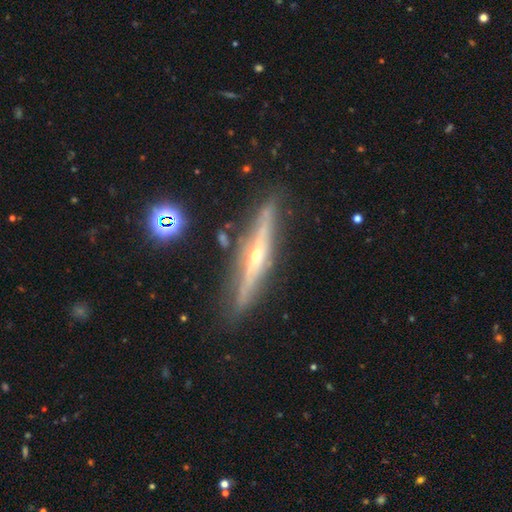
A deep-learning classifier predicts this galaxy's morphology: smooth-or-featured: featured or disk: 79% | smooth: 14% | star or artifact: 7%
  disk-edge-on: yes: 92% | no: 8%
    edge-on-bulge: rounded: 80% | none: 16% | boxy: 4%
  merging: none: 82% | minor disturbance: 12% | major disturbance: 3% | merger: 2%